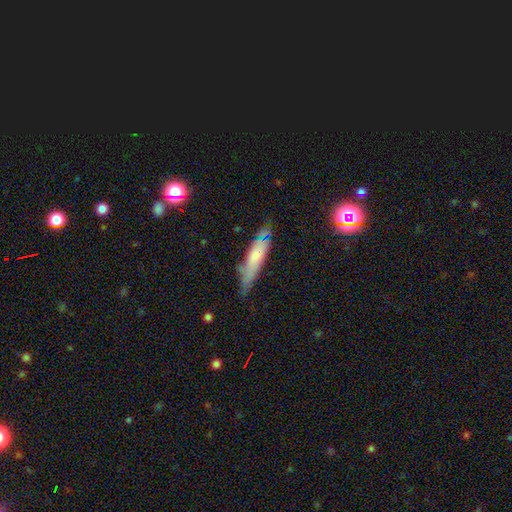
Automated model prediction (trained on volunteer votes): Q: Smooth or featured?
A: smooth (57%); runner-up: featured or disk (35%)
Q: How rounded?
A: cigar-shaped (80%); runner-up: in between (18%)
Q: Merging?
A: none (70%); runner-up: minor disturbance (23%)